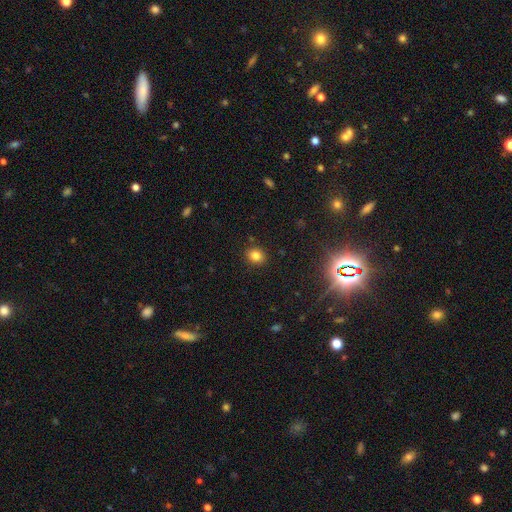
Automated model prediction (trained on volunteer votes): smooth 81%, star or artifact 13%, featured or disk 6%. Down the decision tree: how rounded — round (63%); merging — none (89%).